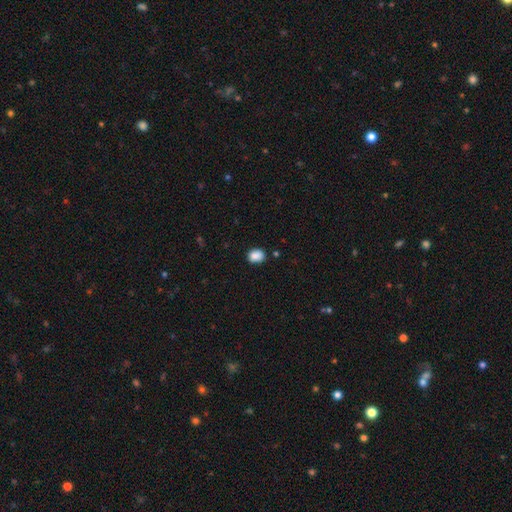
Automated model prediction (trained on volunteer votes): smooth-or-featured: smooth: 87% | star or artifact: 9% | featured or disk: 4%
  how-rounded: in between: 51% | round: 48% | cigar-shaped: 1%
  merging: none: 78% | minor disturbance: 16% | major disturbance: 3% | merger: 3%